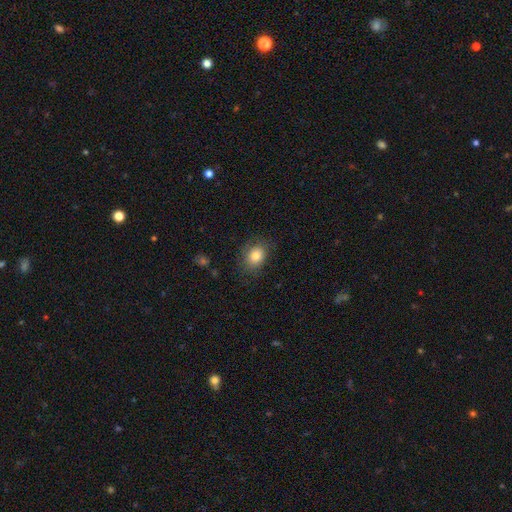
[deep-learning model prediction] Q: Smooth or featured?
A: smooth (82%); runner-up: star or artifact (9%)
Q: How rounded?
A: in between (59%); runner-up: round (40%)
Q: Merging?
A: none (79%); runner-up: minor disturbance (15%)